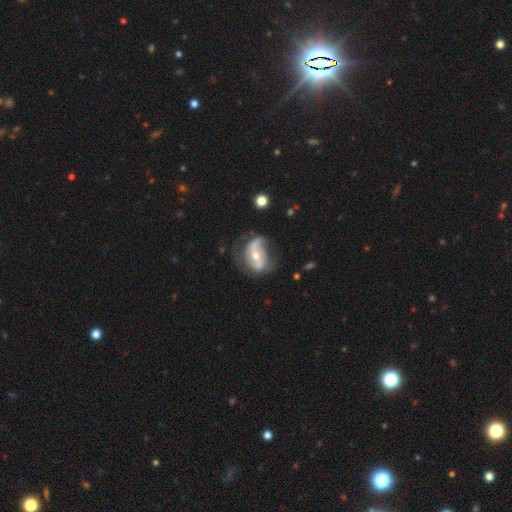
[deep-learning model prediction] Smooth or featured? Predicted: featured or disk (p=0.77). Edge-on disk? Predicted: no (p=0.96). Bar? Predicted: no (p=0.38). Spiral arms? Predicted: yes (p=0.85). Spiral winding? Predicted: loose (p=0.41). Spiral arm count? Predicted: 2 (p=0.67). Bulge size? Predicted: moderate (p=0.59). Merging? Predicted: none (p=0.48).